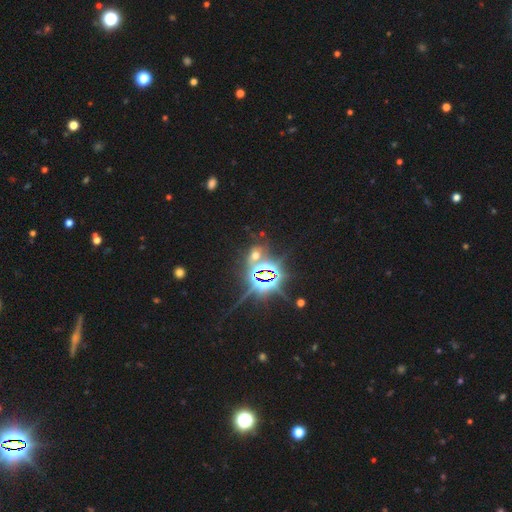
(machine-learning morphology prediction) Smooth or featured? star or artifact (67%)